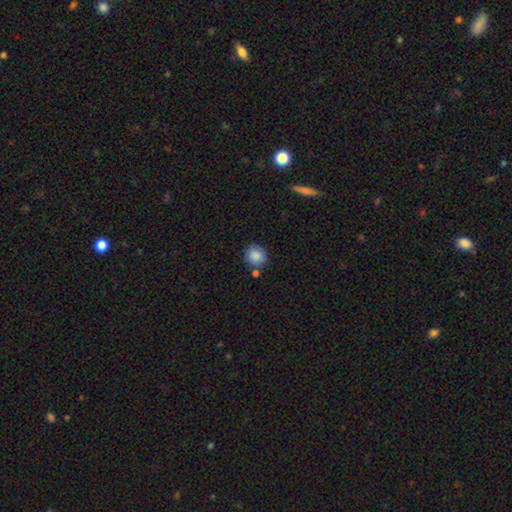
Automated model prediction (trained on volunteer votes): smooth-or-featured: smooth: 87% | star or artifact: 8% | featured or disk: 5%
  how-rounded: round: 90% | in between: 9% | cigar-shaped: 1%
  merging: none: 79% | minor disturbance: 10% | merger: 8% | major disturbance: 3%